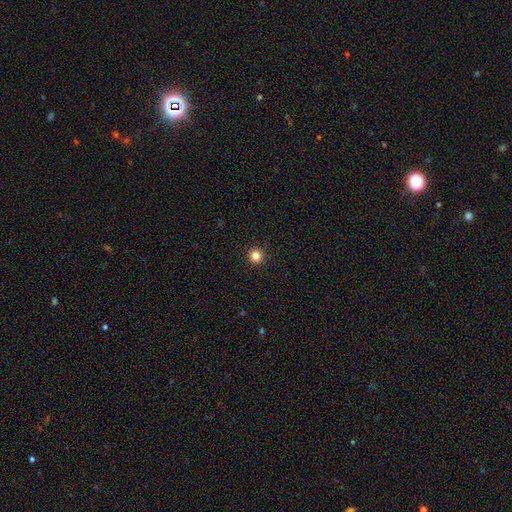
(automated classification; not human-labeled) Morphology: type=smooth (83%); roundness=round (96%); merging=none (93%).